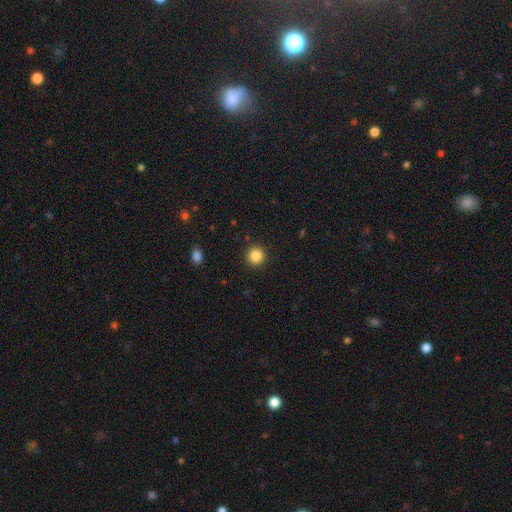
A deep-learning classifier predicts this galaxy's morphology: A smooth galaxy with no disk features (86%) that is round (94%). Merging: none (92%).